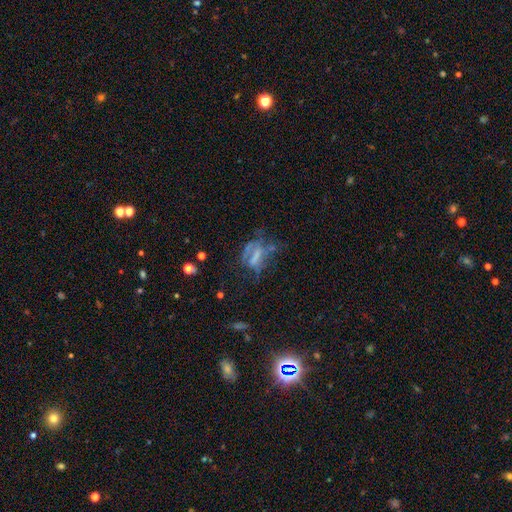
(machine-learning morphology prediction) smooth_or_featured: featured or disk (p=0.51) [alt: smooth p=0.29]
disk_edge_on: no (p=0.89) [alt: yes p=0.11]
merging: major disturbance (p=0.40) [alt: none p=0.32]